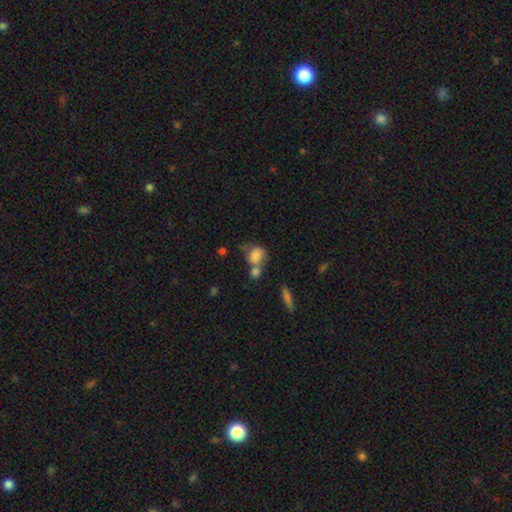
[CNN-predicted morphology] Q: Smooth or featured?
A: smooth (77%); runner-up: featured or disk (14%)
Q: How rounded?
A: round (52%); runner-up: in between (46%)
Q: Merging?
A: merger (44%); runner-up: none (32%)